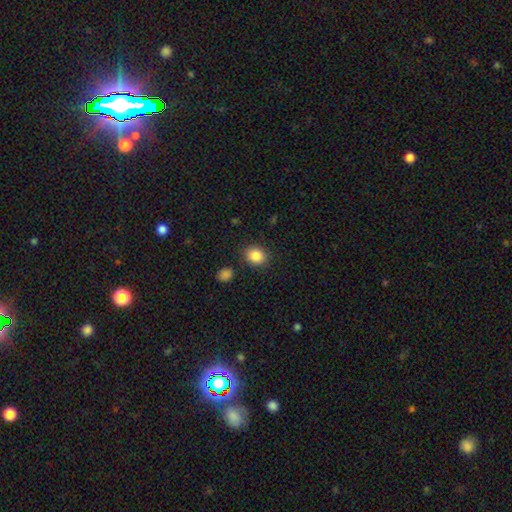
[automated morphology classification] smooth_or_featured: smooth (p=0.86) [alt: star or artifact p=0.09]
how_rounded: round (p=0.59) [alt: in between p=0.41]
merging: none (p=0.84) [alt: minor disturbance p=0.10]